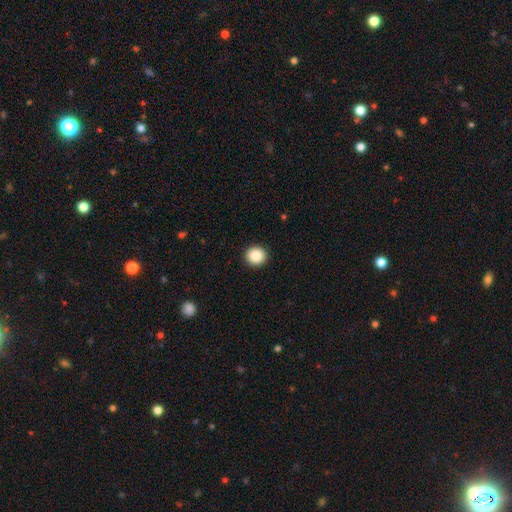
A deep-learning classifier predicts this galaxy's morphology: A smooth galaxy with no disk features (89%) that is round (92%). Merging: none (93%).